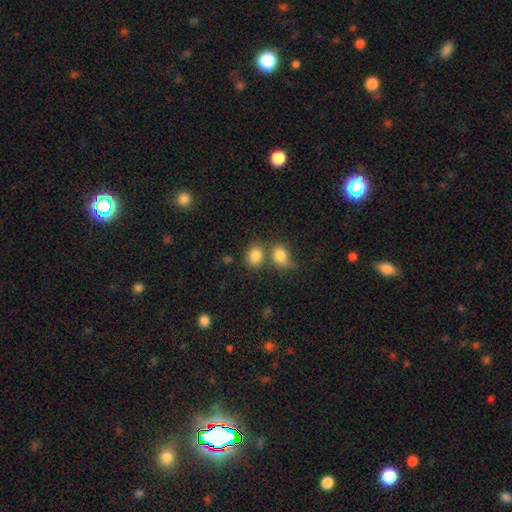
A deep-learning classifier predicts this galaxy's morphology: Q: Smooth or featured?
A: smooth (82%); runner-up: star or artifact (10%)
Q: How rounded?
A: round (51%); runner-up: in between (48%)
Q: Merging?
A: none (48%); runner-up: merger (37%)